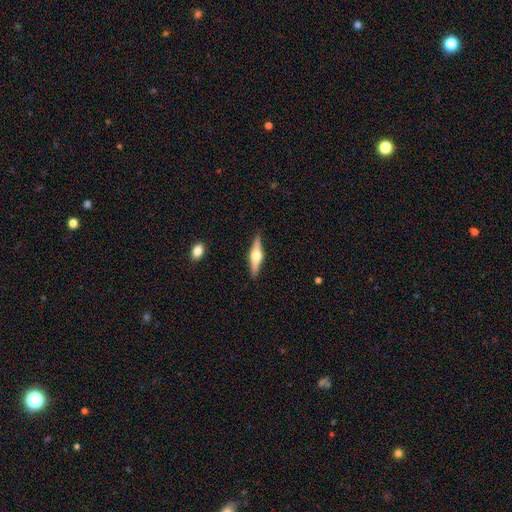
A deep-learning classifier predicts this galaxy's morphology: featured or disk 69%, smooth 26%, star or artifact 5%. Down the decision tree: edge-on disk — yes (97%); edge-on bulge — rounded (95%); merging — none (90%).